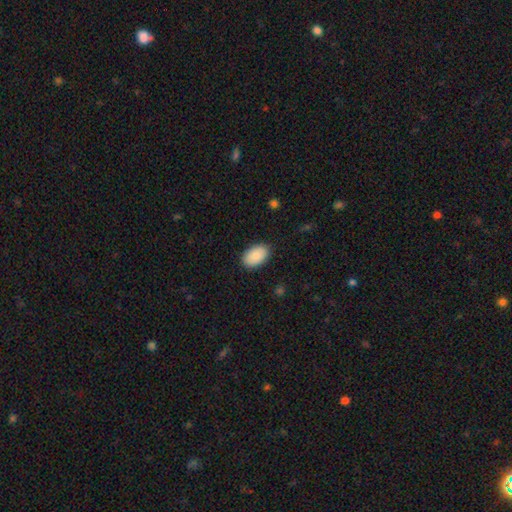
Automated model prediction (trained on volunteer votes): A smooth galaxy with no disk features (86%) that is in between round and cigar-shaped (93%).

Vote fractions:
- Smooth or featured? smooth: 86% / featured or disk: 8% / star or artifact: 6%
- How rounded? in between: 93% / round: 6% / cigar-shaped: 1%
- Merging? none: 87% / minor disturbance: 10% / major disturbance: 2% / merger: 1%